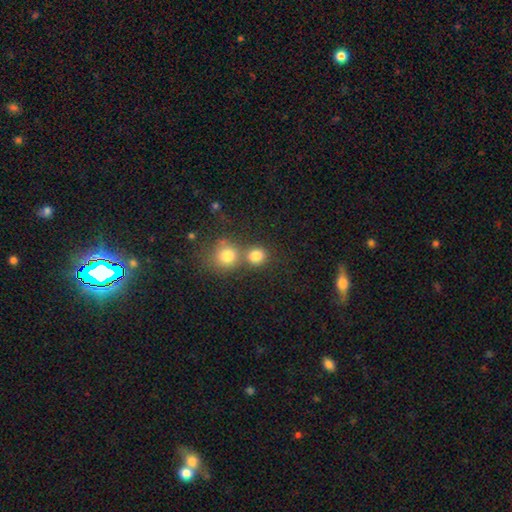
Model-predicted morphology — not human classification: type=smooth (81%); roundness=round (84%); merging=none (55%).